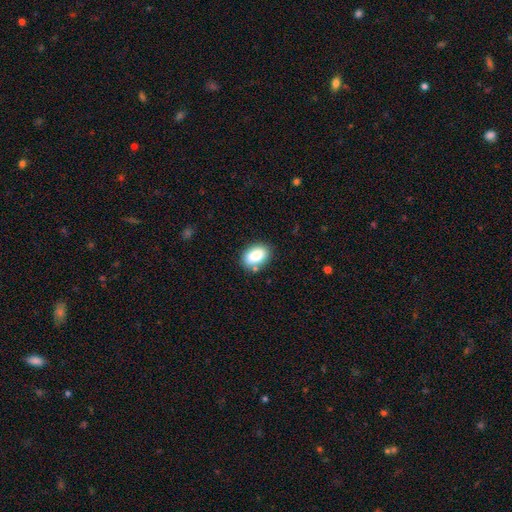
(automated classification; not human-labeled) A smooth galaxy with no disk features (86%) that is in between round and cigar-shaped (88%). Merging: none (80%).